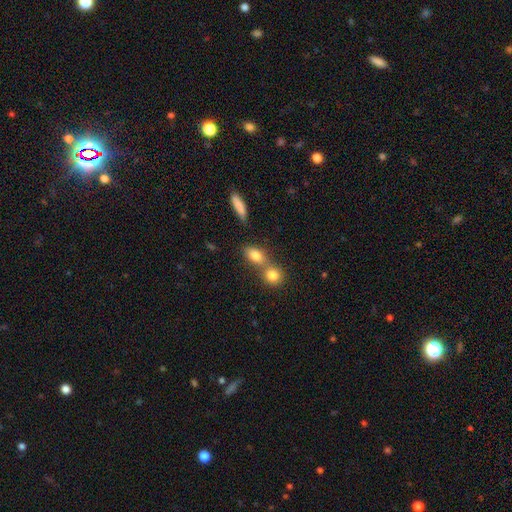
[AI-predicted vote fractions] Smooth or featured? smooth (80%)
How rounded? in between (67%)
Merging? merger (48%)